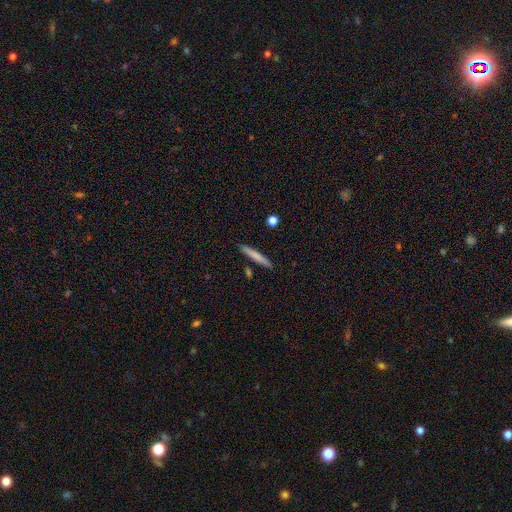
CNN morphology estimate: smooth 74%, featured or disk 20%, star or artifact 6%. Down the decision tree: how rounded — cigar-shaped (95%); merging — none (88%).